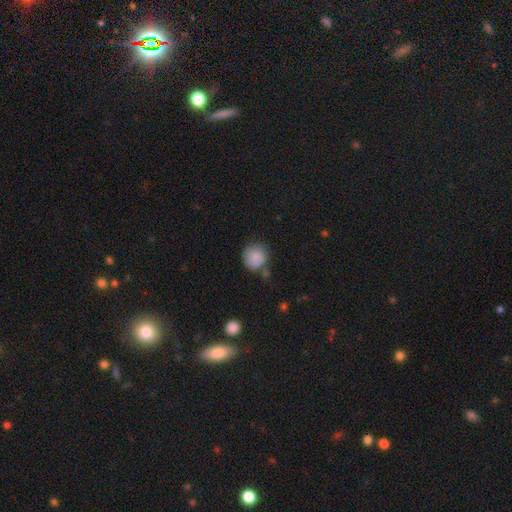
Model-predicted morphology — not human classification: smooth 85%, star or artifact 8%, featured or disk 7%. Down the decision tree: how rounded — round (88%); merging — none (66%).